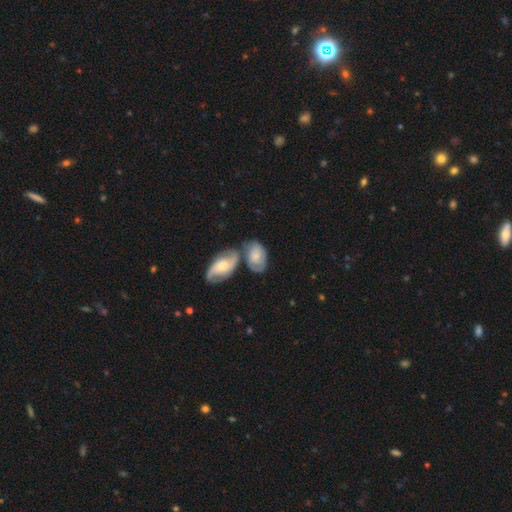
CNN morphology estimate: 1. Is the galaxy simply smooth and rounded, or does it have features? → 51% smooth, 42% featured or disk, 6% star or artifact.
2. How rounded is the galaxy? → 87% in between, 11% round, 2% cigar-shaped.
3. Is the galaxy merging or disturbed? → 40% merger, 35% none, 18% minor disturbance, 8% major disturbance.